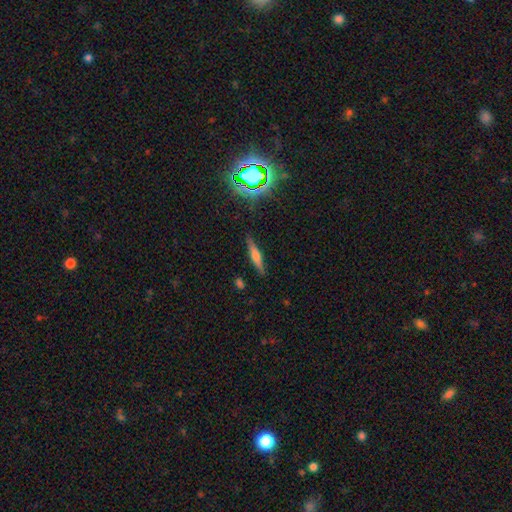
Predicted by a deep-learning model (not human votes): Smooth or featured: smooth — 44% (featured or disk — 43%)
Merging: none — 86% (minor disturbance — 10%)